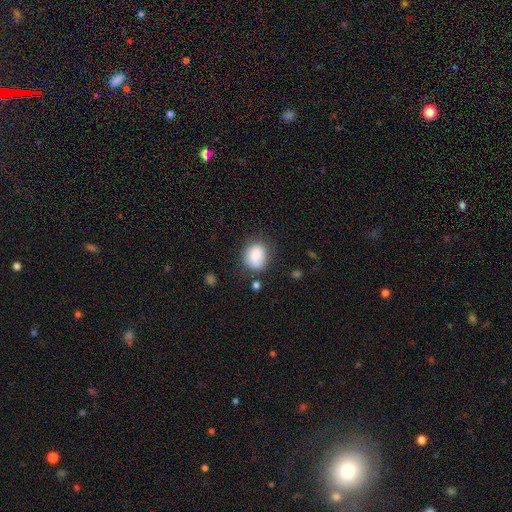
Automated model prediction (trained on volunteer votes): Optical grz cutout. It shows a smooth galaxy with no disk features (83%) that is round (52%). Merging: none (68%).